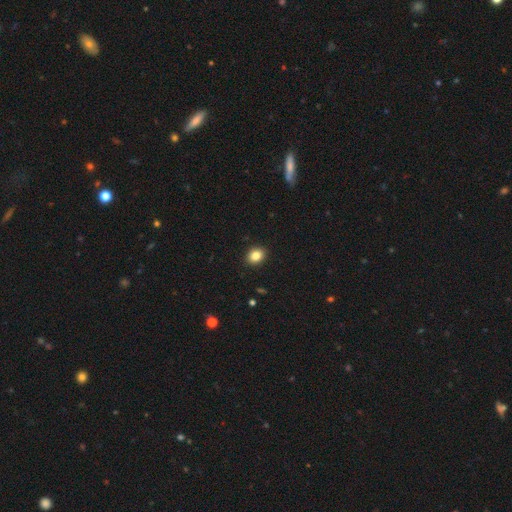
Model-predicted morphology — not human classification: This is clearly a smooth galaxy (85%). How rounded: possibly round (54%). Merging: clearly none (92%).